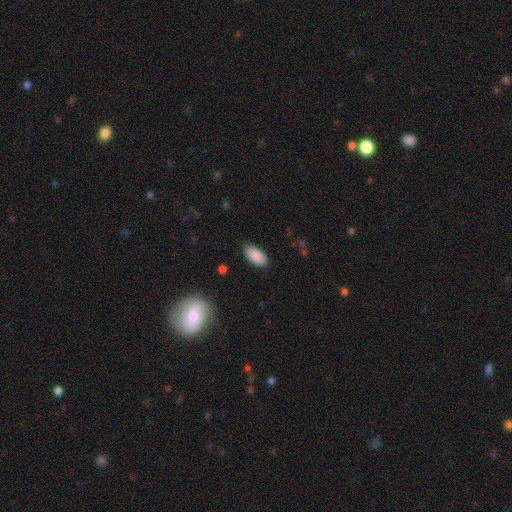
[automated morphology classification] type=smooth (89%); roundness=in between (94%); merging=none (81%).